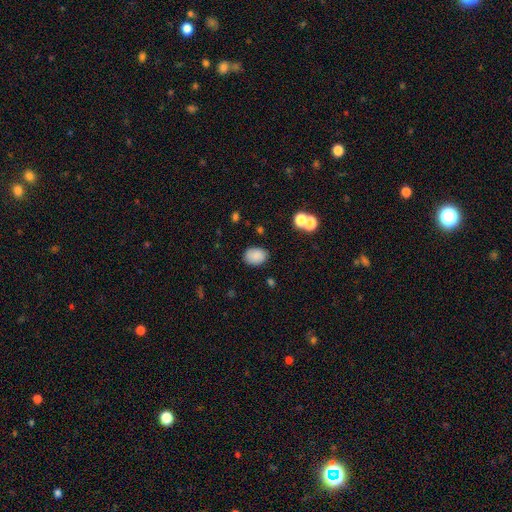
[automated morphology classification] This appears to be a smooth galaxy with no disk features (85%) that is in between round and cigar-shaped (72%). Merging: none (81%).